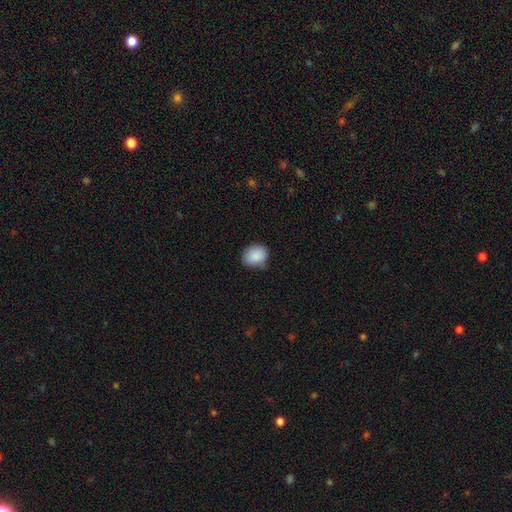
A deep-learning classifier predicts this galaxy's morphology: Overall: smooth (88%). How rounded: round (56%; in between 43%). Merging: none (74%).